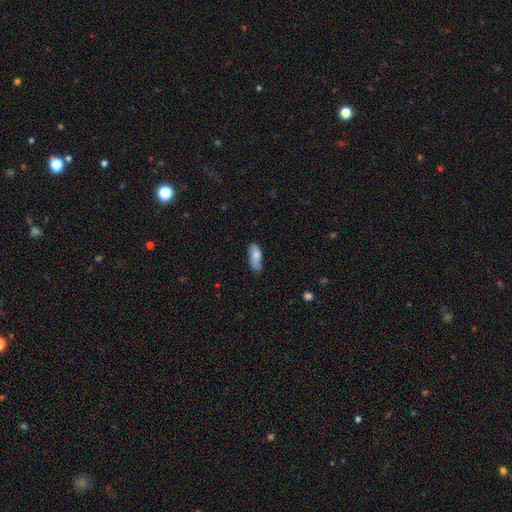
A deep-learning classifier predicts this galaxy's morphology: Q: Smooth or featured?
A: smooth (79%); runner-up: featured or disk (15%)
Q: How rounded?
A: in between (80%); runner-up: cigar-shaped (18%)
Q: Merging?
A: none (64%); runner-up: minor disturbance (29%)